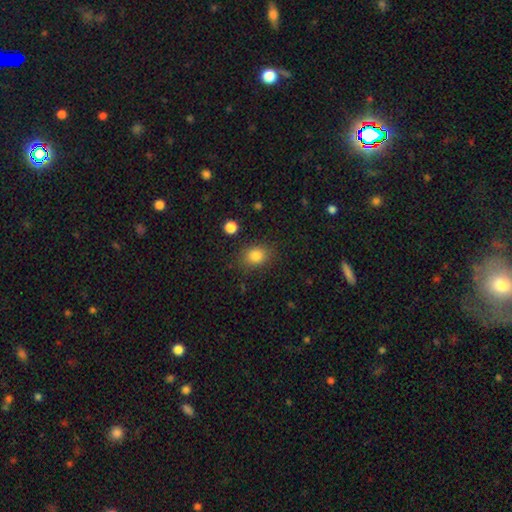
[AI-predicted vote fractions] Morphology: type=smooth (83%); roundness=round (50%); merging=none (83%).